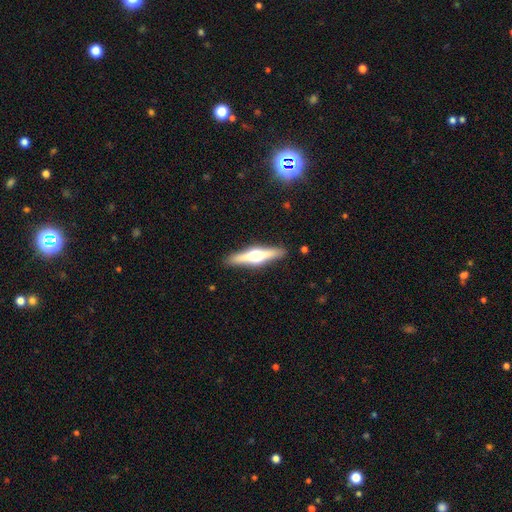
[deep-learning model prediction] A featured or disk galaxy (66%) viewed edge-on (97%) with a rounded central bulge (95%). Merging: none (90%).